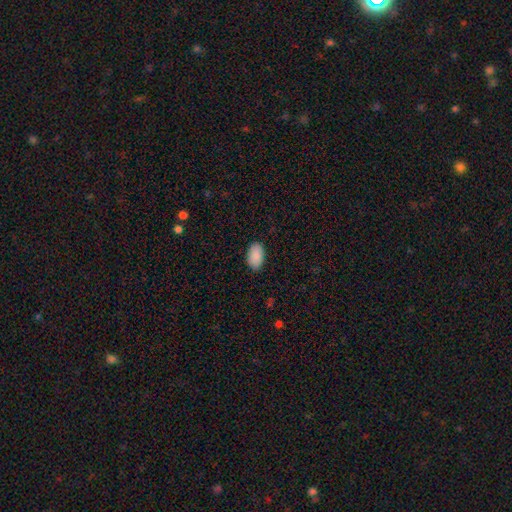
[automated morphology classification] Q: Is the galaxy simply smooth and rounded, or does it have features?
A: smooth — 91%.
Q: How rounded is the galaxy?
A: in between — 95%.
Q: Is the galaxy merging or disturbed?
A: none — 88%.